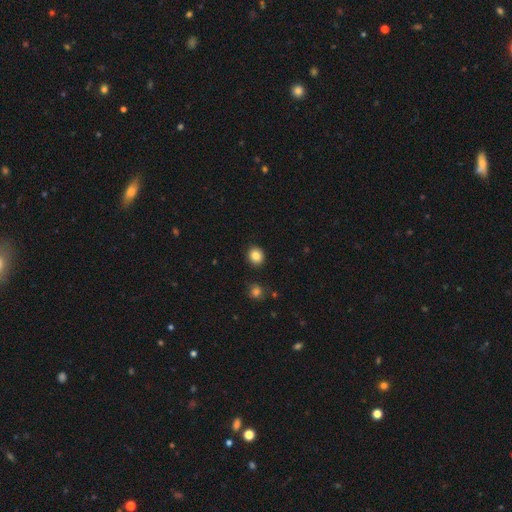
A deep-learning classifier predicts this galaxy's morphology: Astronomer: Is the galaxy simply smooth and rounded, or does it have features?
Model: smooth — 85%.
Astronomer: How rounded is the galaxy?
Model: round — 73%.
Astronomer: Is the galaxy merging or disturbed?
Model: none — 89%.